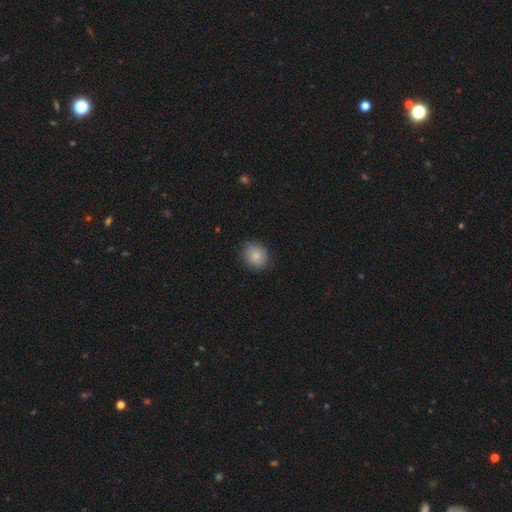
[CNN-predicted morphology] This appears to be a smooth galaxy with no disk features (85%) that is round (77%). Merging: none (84%).